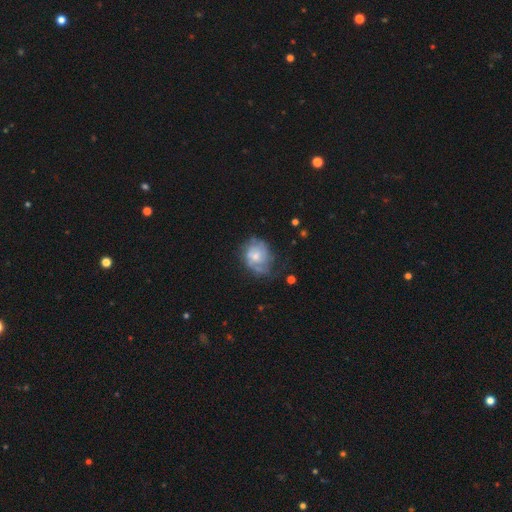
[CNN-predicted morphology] A featured or disk galaxy (52%) with no bar (78%), spiral arms (52%) and a moderate central bulge (47%). Merging: none (43%).